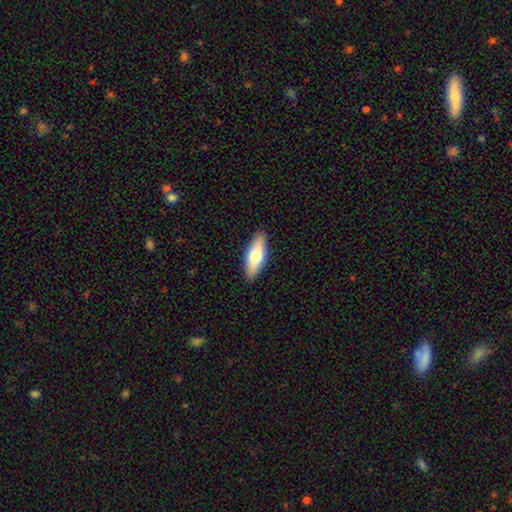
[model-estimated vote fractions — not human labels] Smooth or featured: smooth — 64% (featured or disk — 31%)
How rounded: in between — 66% (cigar-shaped — 31%)
Merging: none — 89% (minor disturbance — 8%)